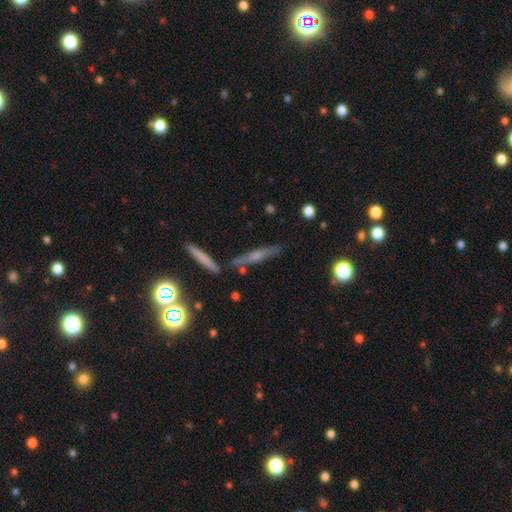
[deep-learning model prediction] Smooth or featured? featured or disk (51%)
Edge-on disk? yes (90%)
Merging? none (76%)